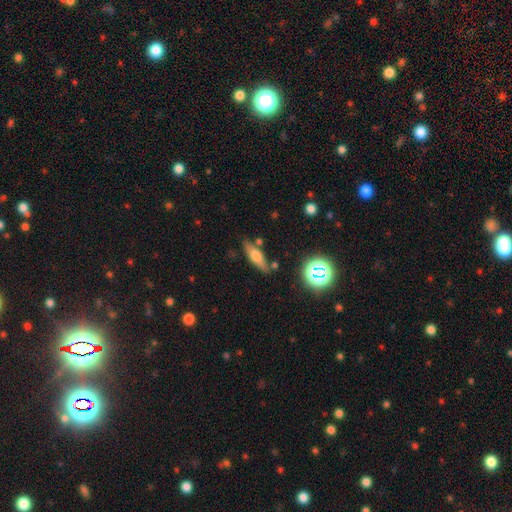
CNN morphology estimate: A smooth galaxy with no disk features (46%). Merging: none (76%).